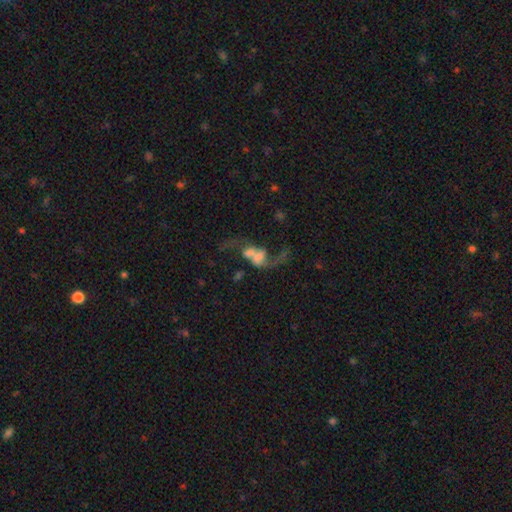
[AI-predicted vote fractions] smooth_or_featured: featured or disk (p=0.61) [alt: smooth p=0.28]
disk_edge_on: no (p=0.96) [alt: yes p=0.04]
bar: no (p=0.56) [alt: weak p=0.29]
has_spiral_arms: yes (p=0.74) [alt: no p=0.26]
bulge_size: none (p=0.29) [alt: large p=0.23]
merging: merger (p=0.56) [alt: major disturbance p=0.21]